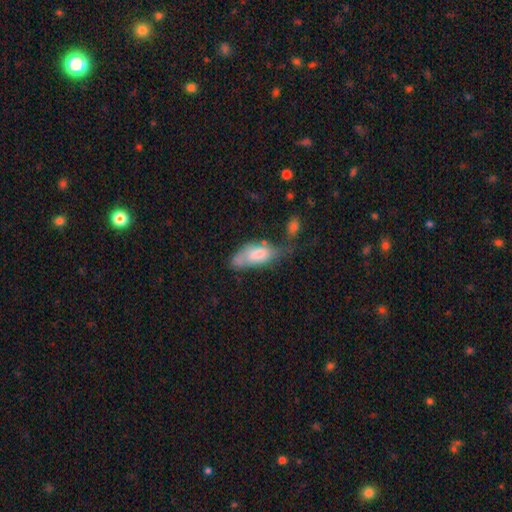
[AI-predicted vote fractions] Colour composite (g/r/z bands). It shows a smooth galaxy with no disk features (69%) that is in between round and cigar-shaped (81%). Merging: none (33%).